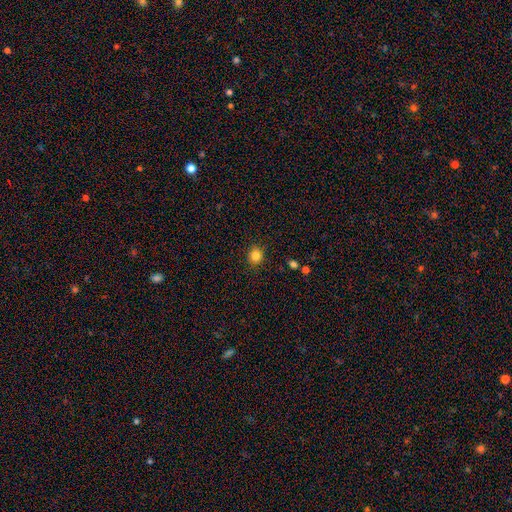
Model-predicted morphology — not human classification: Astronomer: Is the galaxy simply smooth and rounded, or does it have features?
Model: smooth — 84%.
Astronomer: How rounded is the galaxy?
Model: round — 84%.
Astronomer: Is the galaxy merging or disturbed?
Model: none — 90%.